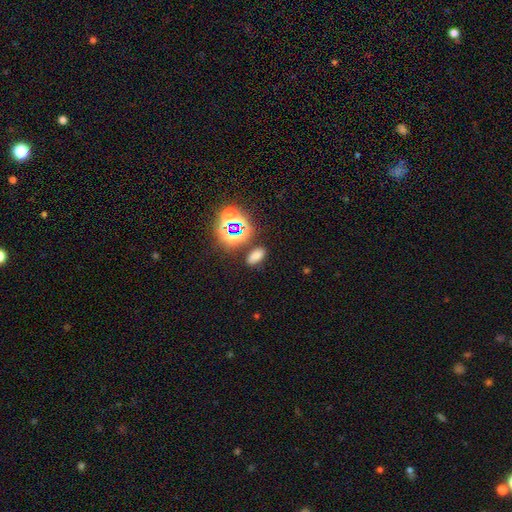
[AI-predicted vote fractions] The model was most divided on "smooth or featured": smooth: 67%, star or artifact: 26%, featured or disk: 6%. More confident: how rounded — in between (85%); merging — none (81%).